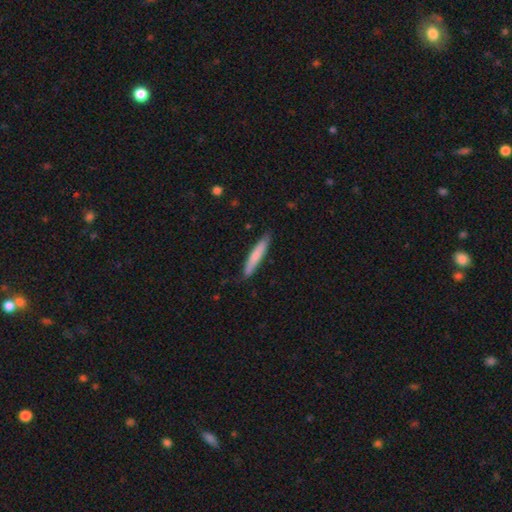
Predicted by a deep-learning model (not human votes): A smooth galaxy with no disk features (73%) that is cigar-shaped (93%).

Vote fractions:
- Smooth or featured? smooth: 73% / featured or disk: 21% / star or artifact: 5%
- How rounded? cigar-shaped: 93% / in between: 6% / round: 1%
- Merging? none: 84% / minor disturbance: 13% / major disturbance: 2% / merger: 1%